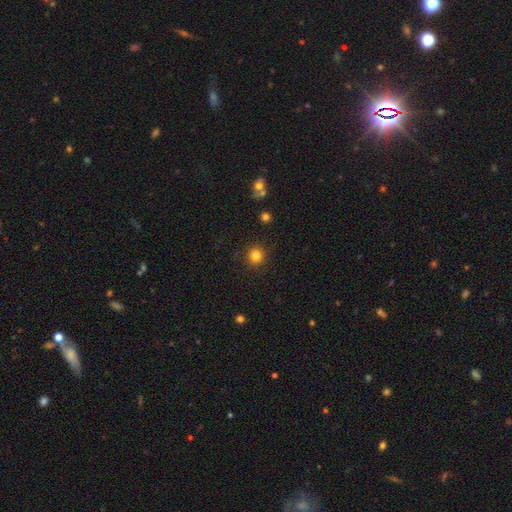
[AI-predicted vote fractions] smooth-or-featured: smooth: 82% | star or artifact: 12% | featured or disk: 5%
  how-rounded: round: 92% | in between: 7% | cigar-shaped: 1%
  merging: none: 91% | minor disturbance: 6% | major disturbance: 2% | merger: 1%